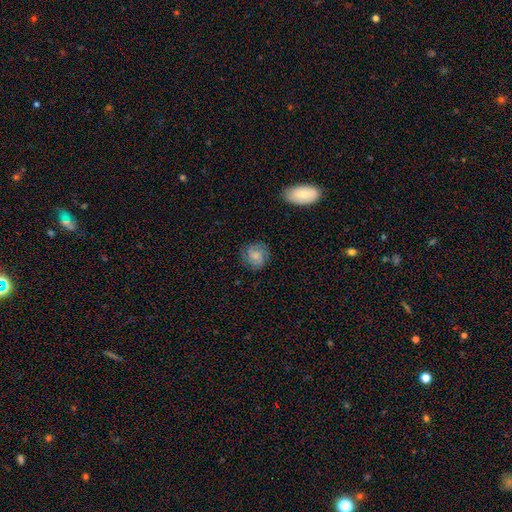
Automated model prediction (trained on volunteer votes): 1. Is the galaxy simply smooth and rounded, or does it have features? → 45% featured or disk (tied), 45% smooth (tied), 10% star or artifact.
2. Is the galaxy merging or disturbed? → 78% none, 15% minor disturbance, 5% major disturbance, 1% merger.